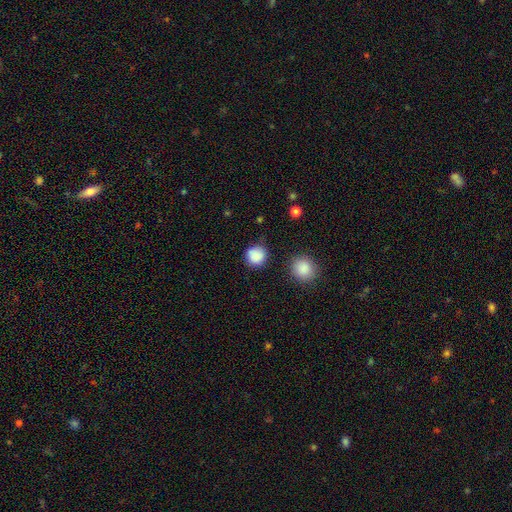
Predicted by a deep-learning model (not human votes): Smooth or featured: smooth — 87% (star or artifact — 10%)
How rounded: round — 92% (in between — 7%)
Merging: none — 80% (minor disturbance — 13%)